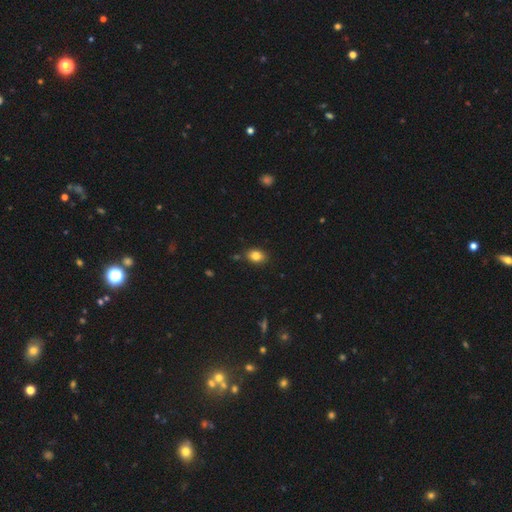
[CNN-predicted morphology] This is clearly a smooth galaxy (82%). How rounded: likely in between (76%). Merging: clearly none (82%).